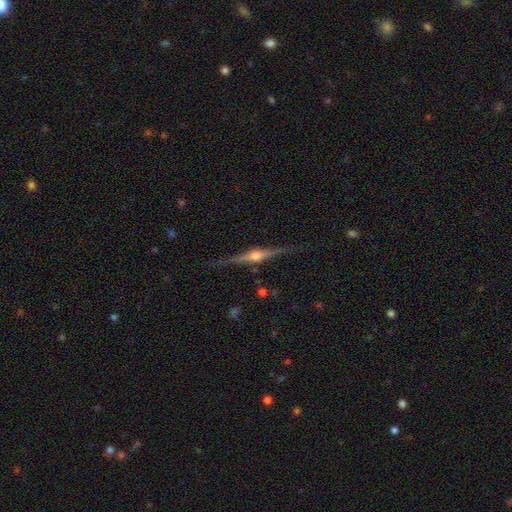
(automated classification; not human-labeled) Smooth or featured?
  - featured or disk: 82% *
  - smooth: 11%
  - star or artifact: 7%
Edge-on disk?
  - yes: 98% *
  - no: 2%
Edge-on bulge?
  - rounded: 91% *
  - boxy: 7%
  - none: 3%
Merging?
  - none: 86% *
  - minor disturbance: 10%
  - major disturbance: 2%
  - merger: 1%